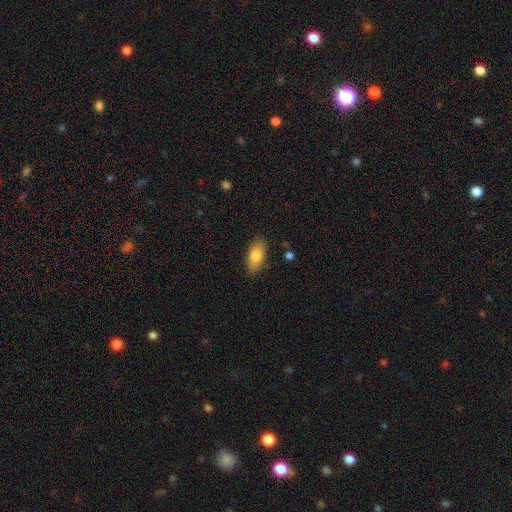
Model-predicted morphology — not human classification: This appears to be a smooth galaxy with no disk features (80%) that is in between round and cigar-shaped (88%). Merging: none (85%).